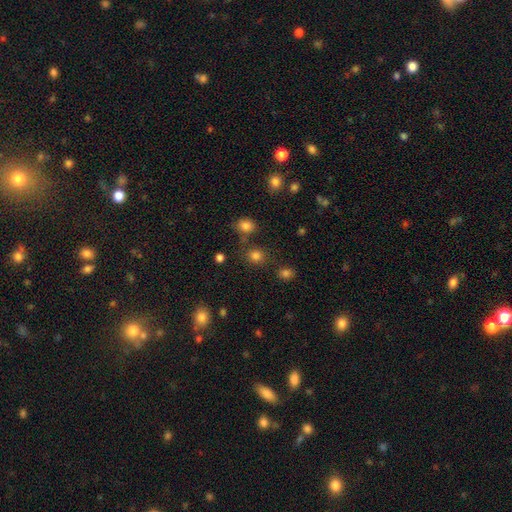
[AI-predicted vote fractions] A smooth galaxy with no disk features (80%) that is round (75%). Merging: none (76%).